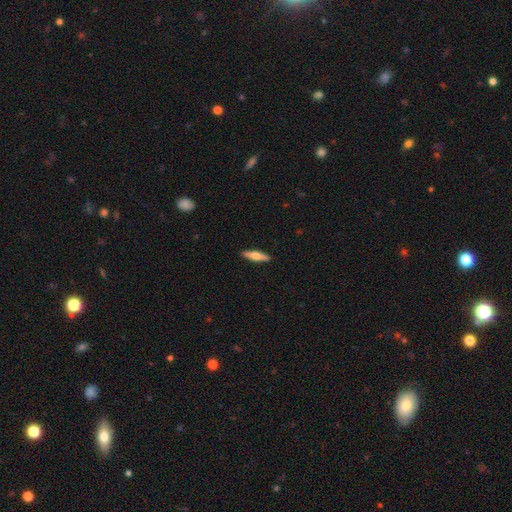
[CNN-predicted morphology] Smooth or featured: smooth — 53% (featured or disk — 42%)
How rounded: cigar-shaped — 71% (in between — 27%)
Merging: none — 91% (minor disturbance — 7%)